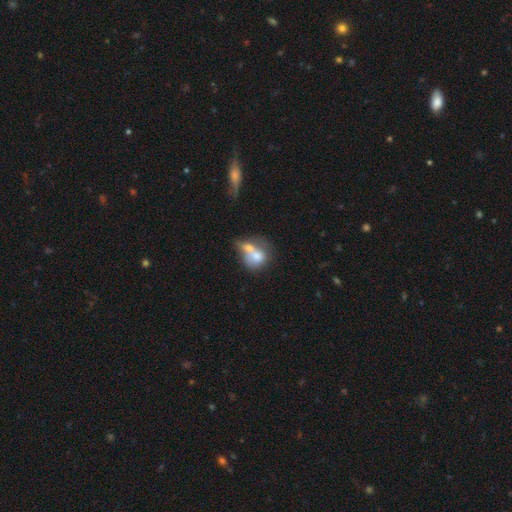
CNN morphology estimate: Smooth or featured? Predicted: smooth (p=0.67). How rounded? Predicted: round (p=0.52). Merging? Predicted: merger (p=0.65).